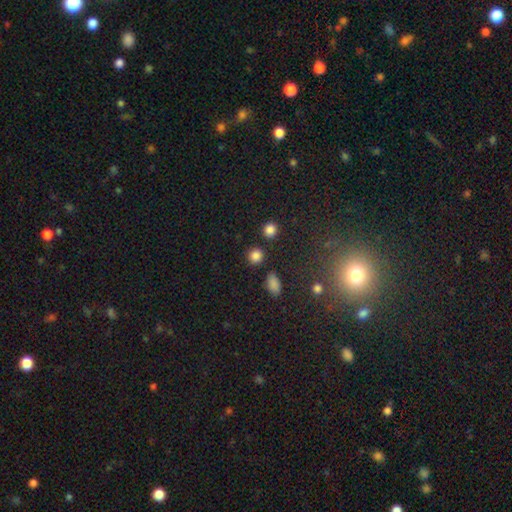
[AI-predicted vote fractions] A smooth galaxy with no disk features (84%) that is round (88%).

Vote fractions:
- Smooth or featured? smooth: 84% / star or artifact: 12% / featured or disk: 4%
- How rounded? round: 88% / in between: 11% / cigar-shaped: 1%
- Merging? none: 84% / minor disturbance: 7% / merger: 6% / major disturbance: 3%